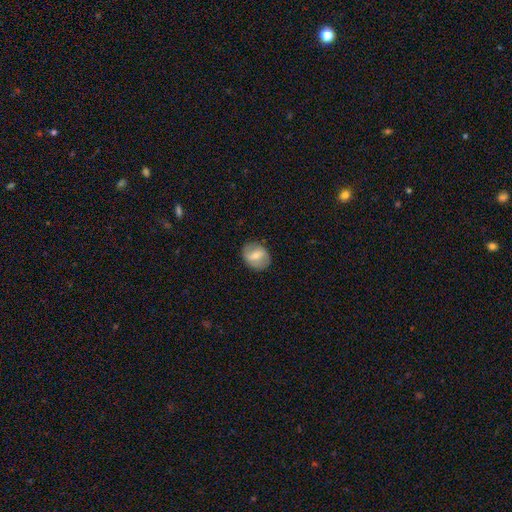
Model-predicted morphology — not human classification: Smooth or featured: featured or disk — 47% (smooth — 46%)
Merging: none — 82% (minor disturbance — 13%)